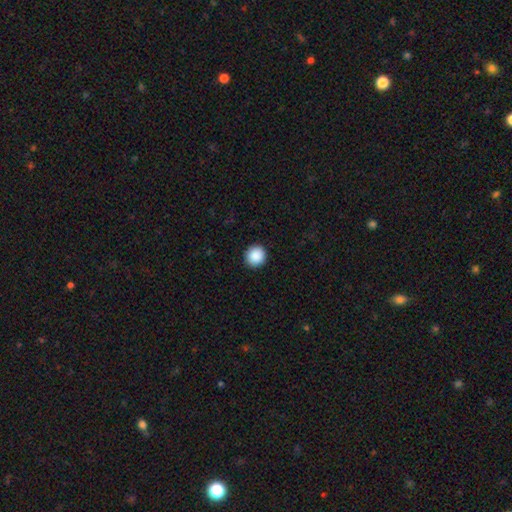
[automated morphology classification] Q: Smooth or featured?
A: smooth (89%); runner-up: star or artifact (8%)
Q: How rounded?
A: round (93%); runner-up: in between (6%)
Q: Merging?
A: none (93%); runner-up: minor disturbance (4%)